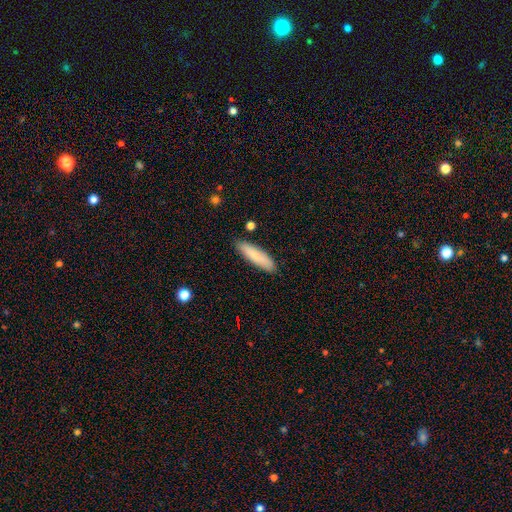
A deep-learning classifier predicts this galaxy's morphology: smooth_or_featured: smooth (p=0.81) [alt: featured or disk p=0.13]
how_rounded: cigar-shaped (p=0.70) [alt: in between p=0.29]
merging: none (p=0.87) [alt: minor disturbance p=0.10]